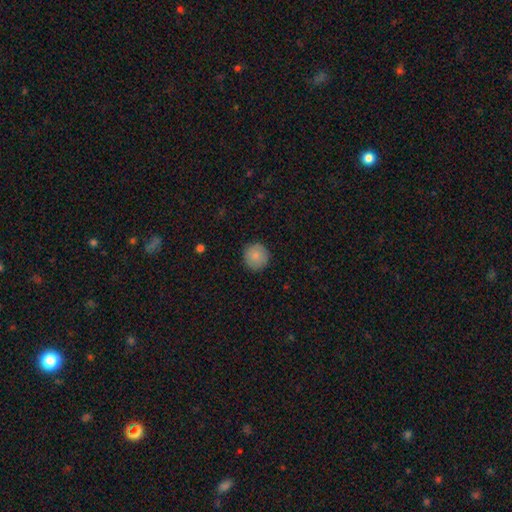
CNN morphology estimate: The model was most divided on "smooth or featured": smooth: 86%, star or artifact: 7%, featured or disk: 7%. More confident: how rounded — round (94%); merging — none (90%).